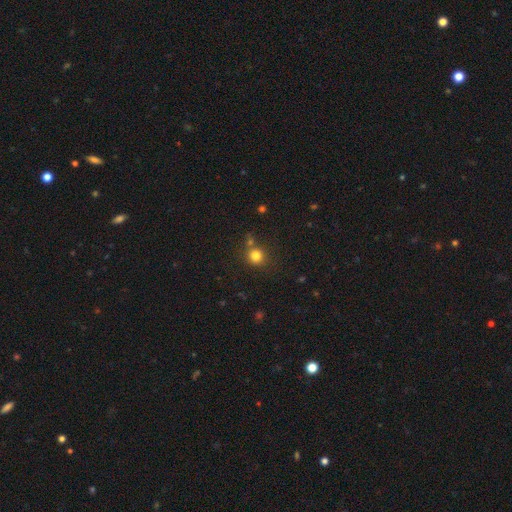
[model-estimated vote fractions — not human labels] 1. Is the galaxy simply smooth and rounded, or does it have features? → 80% smooth, 14% star or artifact, 6% featured or disk.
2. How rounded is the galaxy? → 89% round, 10% in between, 1% cigar-shaped.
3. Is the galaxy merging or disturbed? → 74% none, 13% merger, 10% minor disturbance, 3% major disturbance.